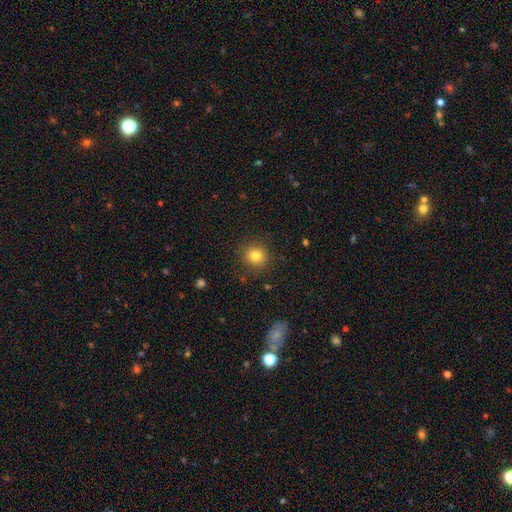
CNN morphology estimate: Smooth or featured? smooth (81%)
How rounded? round (90%)
Merging? none (88%)